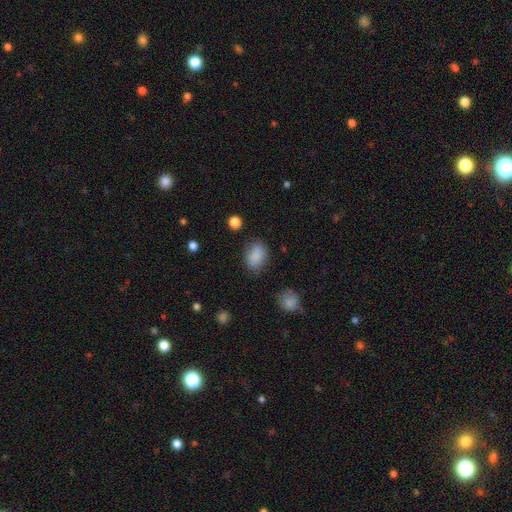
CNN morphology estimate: smooth 83%, star or artifact 10%, featured or disk 7%. Down the decision tree: how rounded — in between (75%); merging — none (71%).